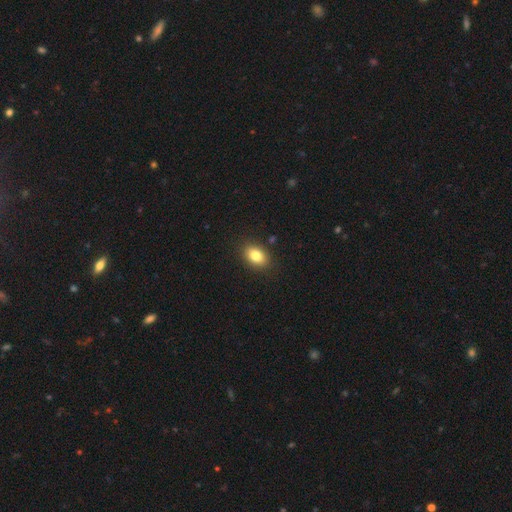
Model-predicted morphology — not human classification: Overall: smooth (83%). How rounded: in between (79%). Merging: none (88%).